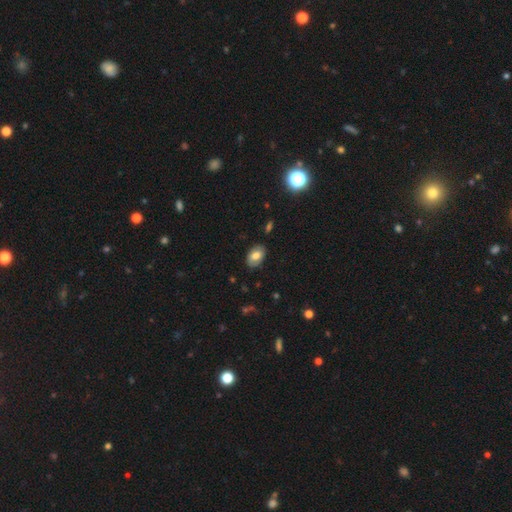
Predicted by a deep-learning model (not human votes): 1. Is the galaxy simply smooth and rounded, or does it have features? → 73% smooth, 19% featured or disk, 8% star or artifact.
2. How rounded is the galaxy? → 90% in between, 8% round, 1% cigar-shaped.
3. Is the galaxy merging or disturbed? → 83% none, 13% minor disturbance, 3% major disturbance, 1% merger.